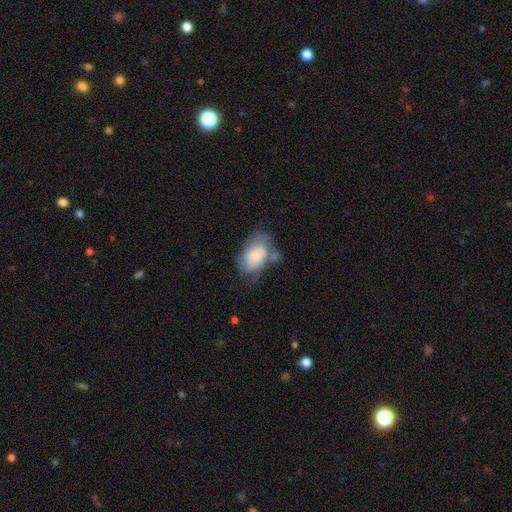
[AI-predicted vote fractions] The model was most divided on "merging": none: 39%, minor disturbance: 29%, merger: 17%, major disturbance: 15%. More confident: how rounded — in between (87%); smooth or featured — smooth (65%).